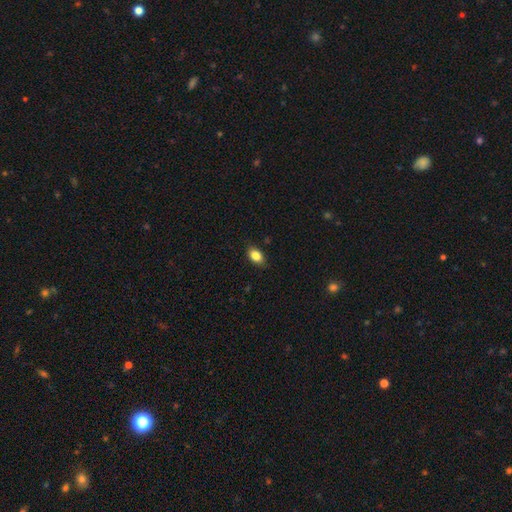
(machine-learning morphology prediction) smooth_or_featured: smooth (p=0.85) [alt: star or artifact p=0.08]
how_rounded: in between (p=0.86) [alt: round p=0.12]
merging: none (p=0.86) [alt: minor disturbance p=0.11]